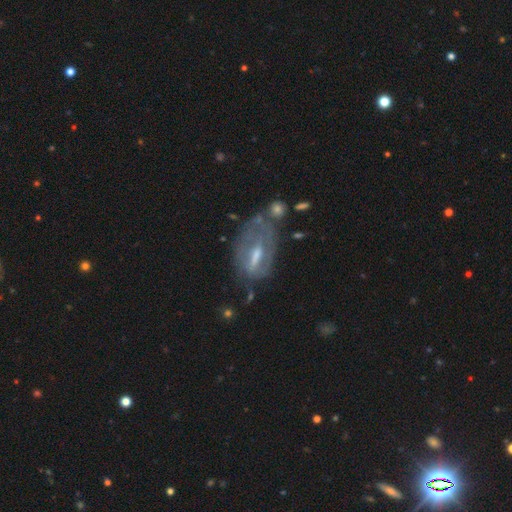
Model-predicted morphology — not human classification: type=featured or disk (65%); edge-on=no (88%); bar=weak (44%); spiral arms=no (52%); bulge=moderate (48%); merging=none (43%).